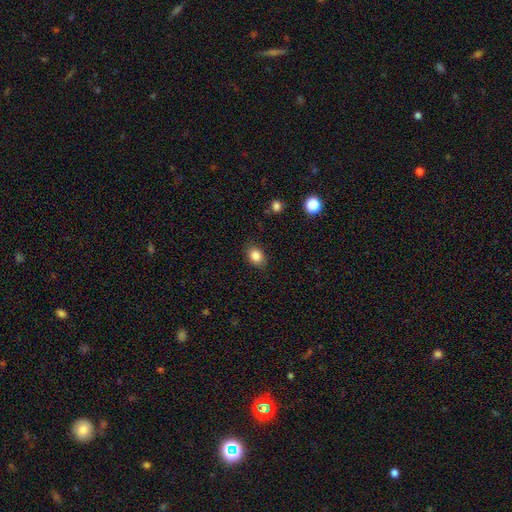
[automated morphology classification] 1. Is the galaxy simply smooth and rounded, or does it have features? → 85% smooth, 10% star or artifact, 5% featured or disk.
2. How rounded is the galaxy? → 59% in between, 40% round, 1% cigar-shaped.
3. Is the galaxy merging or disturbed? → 86% none, 10% minor disturbance, 3% major disturbance, 1% merger.